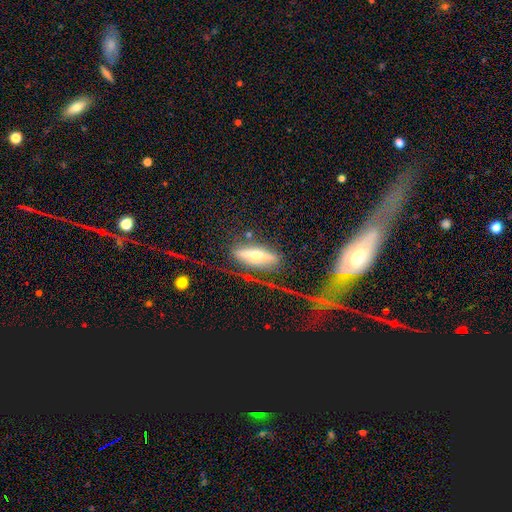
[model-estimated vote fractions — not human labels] This appears to be a featured or disk galaxy (63%) viewed edge-on (74%). Merging: none (51%).